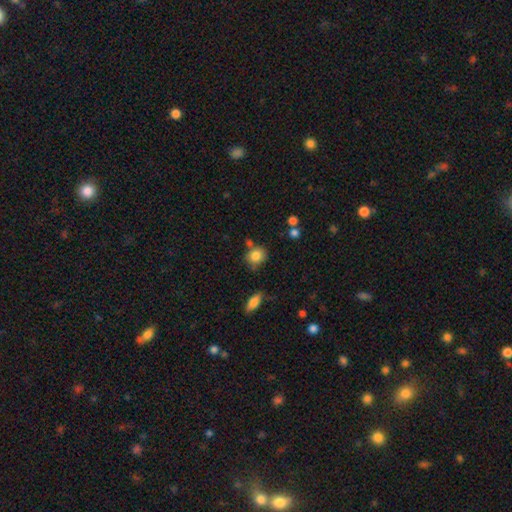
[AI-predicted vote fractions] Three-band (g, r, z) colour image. It shows a smooth galaxy with no disk features (83%) that is round (74%). Merging: none (67%).